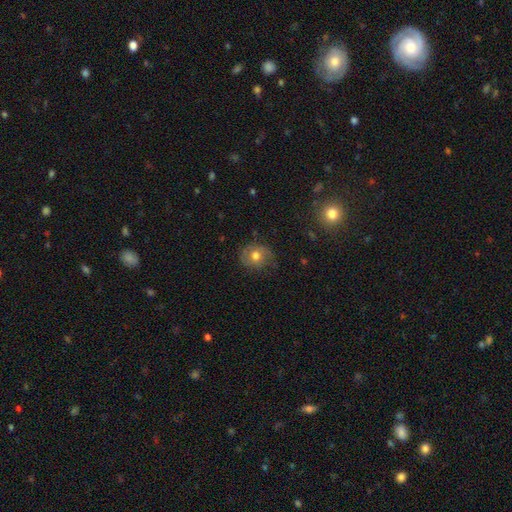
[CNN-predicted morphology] type=smooth (64%); roundness=round (74%); merging=none (66%).